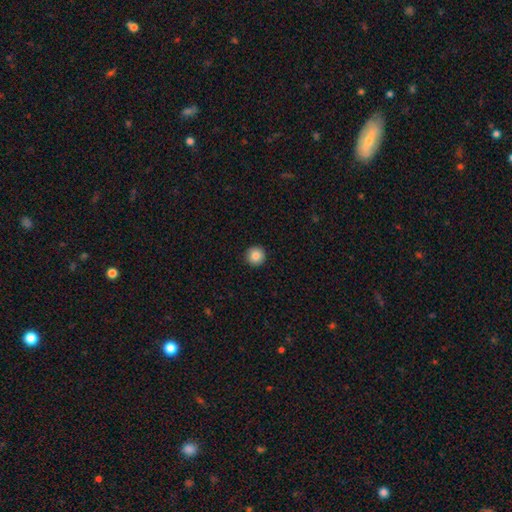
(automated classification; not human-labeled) Smooth or featured? smooth (86%)
How rounded? round (96%)
Merging? none (93%)